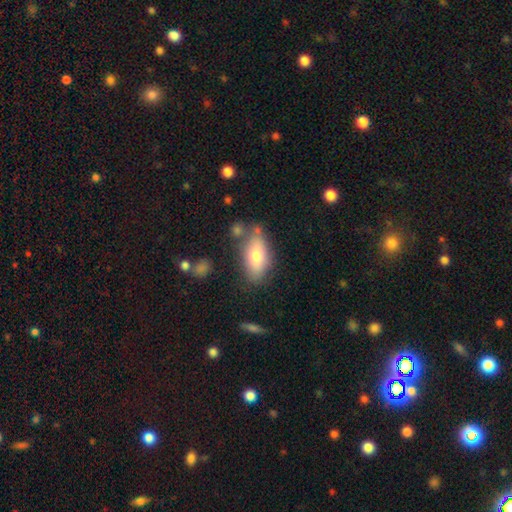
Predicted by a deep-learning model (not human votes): Q: Smooth or featured?
A: smooth (73%); runner-up: featured or disk (20%)
Q: How rounded?
A: in between (88%); runner-up: cigar-shaped (9%)
Q: Merging?
A: none (70%); runner-up: minor disturbance (18%)